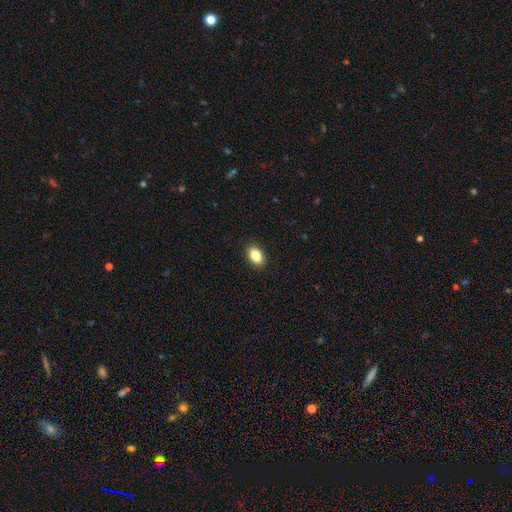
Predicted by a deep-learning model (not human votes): smooth 86%, star or artifact 8%, featured or disk 6%. Down the decision tree: how rounded — in between (89%); merging — none (91%).